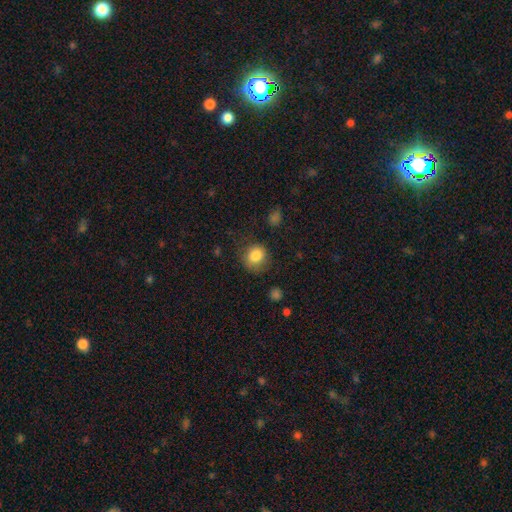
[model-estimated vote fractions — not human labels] Smooth or featured: smooth — 84% (star or artifact — 10%)
How rounded: round — 85% (in between — 14%)
Merging: none — 75% (minor disturbance — 17%)